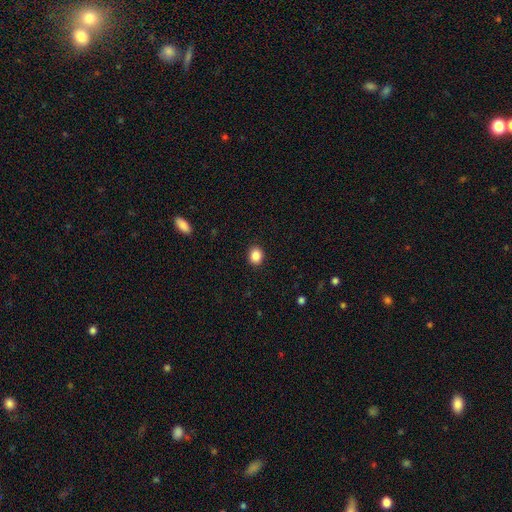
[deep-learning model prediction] Smooth or featured? smooth (87%)
How rounded? round (59%)
Merging? none (91%)